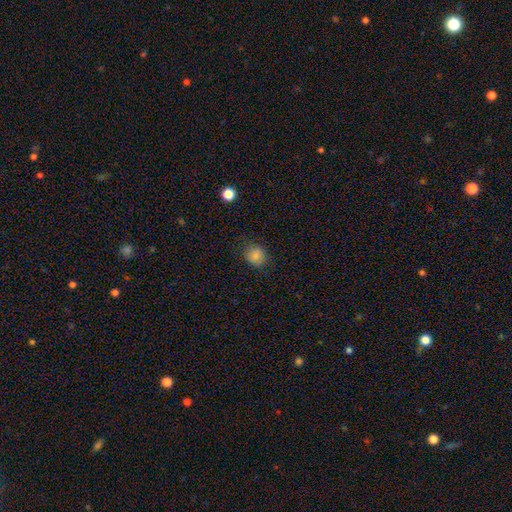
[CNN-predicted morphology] A smooth galaxy with no disk features (83%) that is round (79%).

Vote fractions:
- Smooth or featured? smooth: 83% / star or artifact: 12% / featured or disk: 5%
- How rounded? round: 79% / in between: 20% / cigar-shaped: 1%
- Merging? none: 82% / minor disturbance: 13% / major disturbance: 4% / merger: 1%